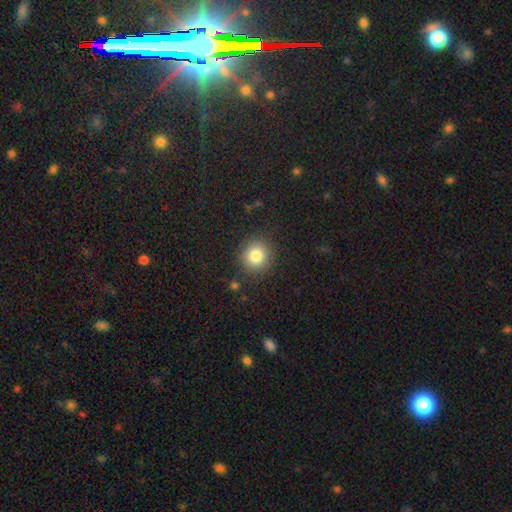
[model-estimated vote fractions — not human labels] A smooth galaxy with no disk features (82%) that is round (90%).

Vote fractions:
- Smooth or featured? smooth: 82% / star or artifact: 11% / featured or disk: 7%
- How rounded? round: 90% / in between: 9% / cigar-shaped: 1%
- Merging? none: 88% / minor disturbance: 8% / major disturbance: 3% / merger: 2%